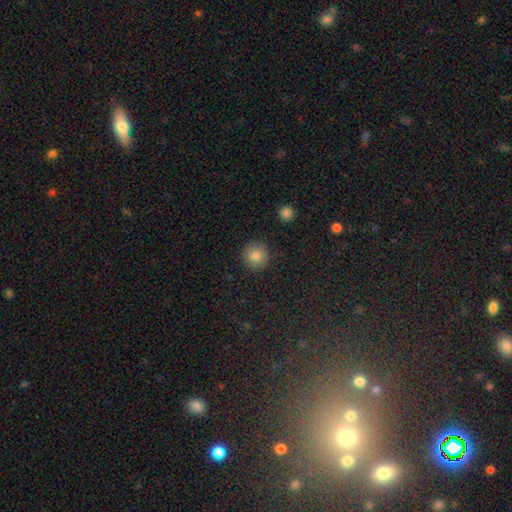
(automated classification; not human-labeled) Morphology: type=smooth (83%); roundness=round (94%); merging=none (90%).